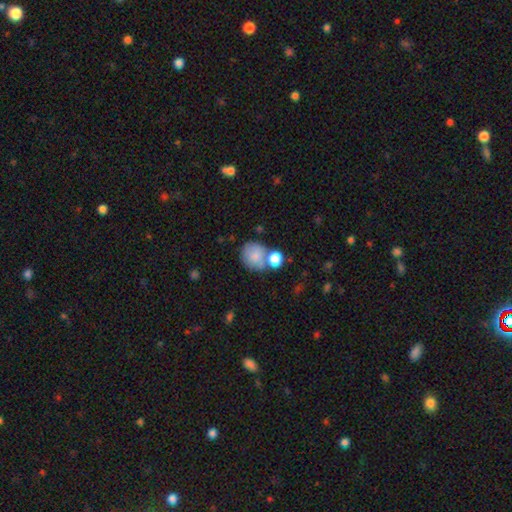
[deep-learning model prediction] Q: Smooth or featured?
A: smooth (80%); runner-up: featured or disk (11%)
Q: How rounded?
A: round (75%); runner-up: in between (24%)
Q: Merging?
A: none (49%); runner-up: merger (32%)